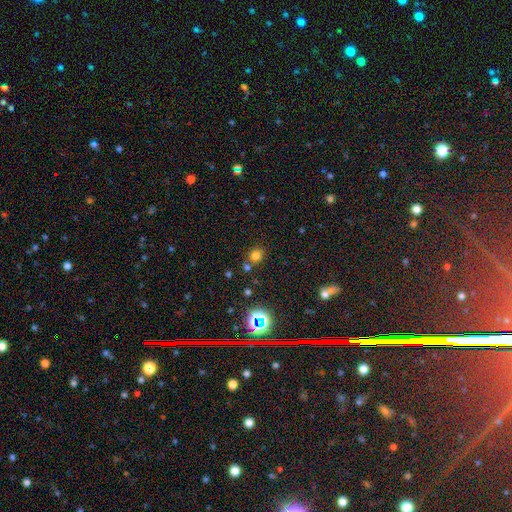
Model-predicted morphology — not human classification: Smooth or featured: smooth — 71% (star or artifact — 22%)
How rounded: round — 75% (in between — 24%)
Merging: none — 71% (merger — 16%)